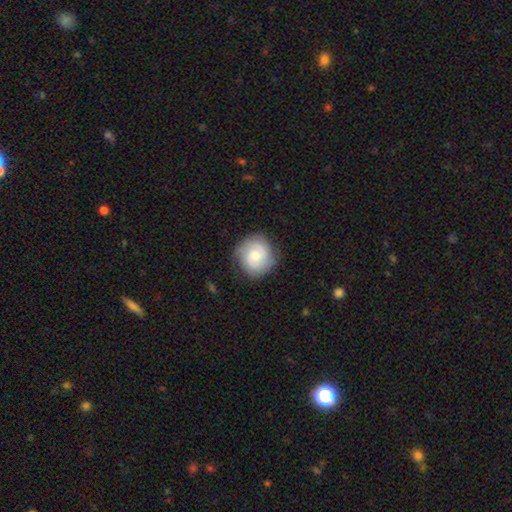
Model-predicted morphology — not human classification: The model was most divided on "bulge size": small: 47%, moderate: 43%, large: 5%, none: 3%, dominant: 1%. More confident: edge-on disk — no (98%); spiral arms — yes (91%); merging — none (80%); bar — no (64%); smooth or featured — featured or disk (54%).